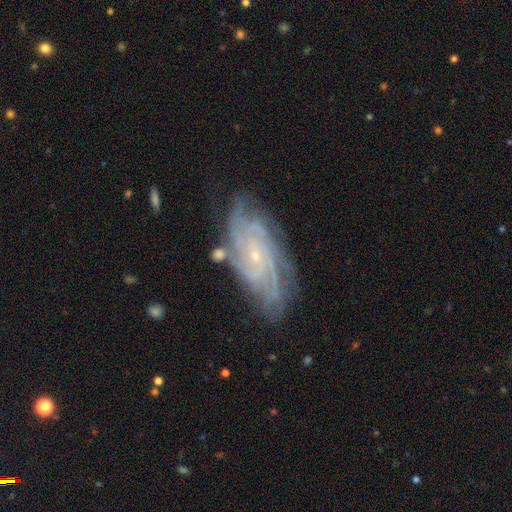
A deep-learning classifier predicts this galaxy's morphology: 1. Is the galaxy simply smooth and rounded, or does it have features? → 87% featured or disk, 7% smooth, 6% star or artifact.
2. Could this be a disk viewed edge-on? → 95% no, 5% yes.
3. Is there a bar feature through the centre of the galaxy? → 72% no, 22% weak, 6% strong.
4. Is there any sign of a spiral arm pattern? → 97% yes, 3% no.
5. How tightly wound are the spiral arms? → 68% tight, 27% medium, 5% loose.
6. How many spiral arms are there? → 33% 4, 22% can't tell, 16% 3, 13% more than 4, 10% 2, 6% 1.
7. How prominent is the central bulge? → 84% small, 11% moderate, 3% none, 1% large, 1% dominant.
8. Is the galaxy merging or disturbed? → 74% none, 17% minor disturbance, 6% major disturbance, 3% merger.